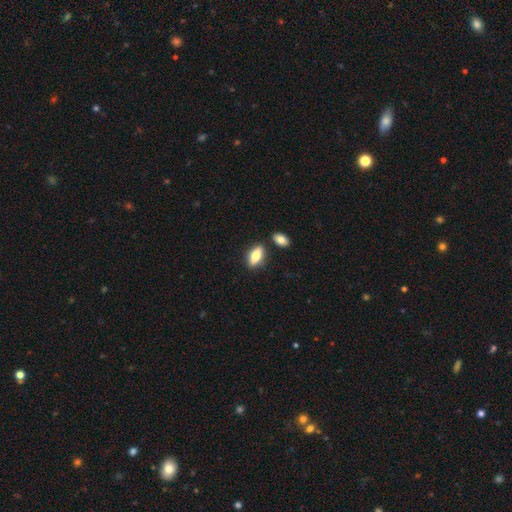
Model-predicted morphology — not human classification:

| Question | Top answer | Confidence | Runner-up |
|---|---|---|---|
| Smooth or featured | smooth | 69% | featured or disk (24%) |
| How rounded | in between | 78% | cigar-shaped (17%) |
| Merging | none | 80% | minor disturbance (10%) |